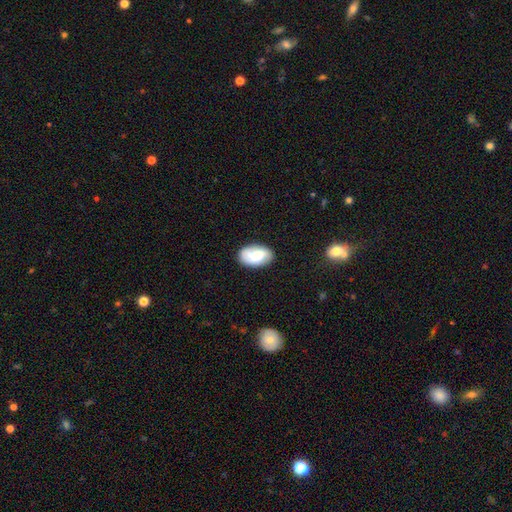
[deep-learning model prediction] This is likely a smooth galaxy (68%). How rounded: clearly in between (91%). Merging: likely none (76%).